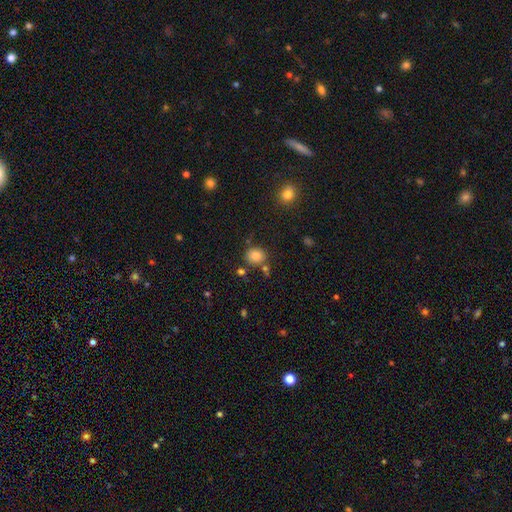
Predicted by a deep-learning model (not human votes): Q: Smooth or featured?
A: smooth (82%); runner-up: star or artifact (11%)
Q: How rounded?
A: round (71%); runner-up: in between (28%)
Q: Merging?
A: none (75%); runner-up: minor disturbance (12%)